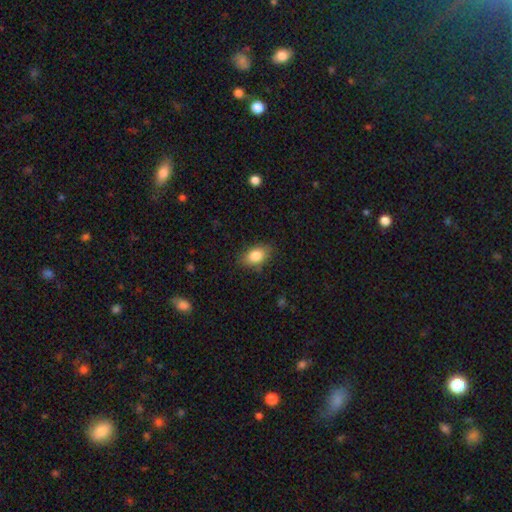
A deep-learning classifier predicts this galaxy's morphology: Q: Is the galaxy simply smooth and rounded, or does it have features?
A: smooth — 84%.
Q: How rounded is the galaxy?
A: in between — 86%.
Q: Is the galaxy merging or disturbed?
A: none — 82%.